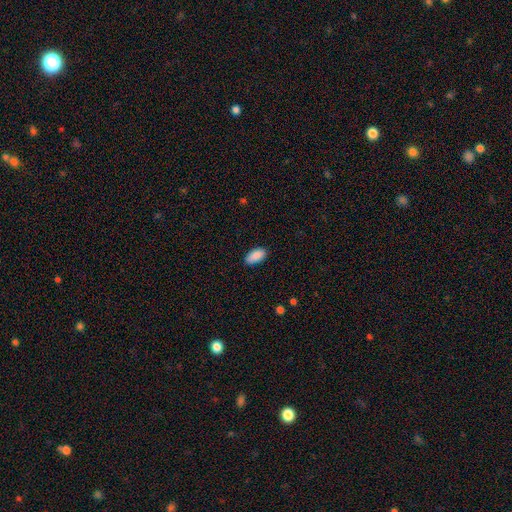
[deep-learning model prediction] A smooth galaxy with no disk features (90%) that is in between round and cigar-shaped (93%).

Vote fractions:
- Smooth or featured? smooth: 90% / star or artifact: 7% / featured or disk: 3%
- How rounded? in between: 93% / cigar-shaped: 4% / round: 3%
- Merging? none: 86% / minor disturbance: 11% / major disturbance: 2% / merger: 1%